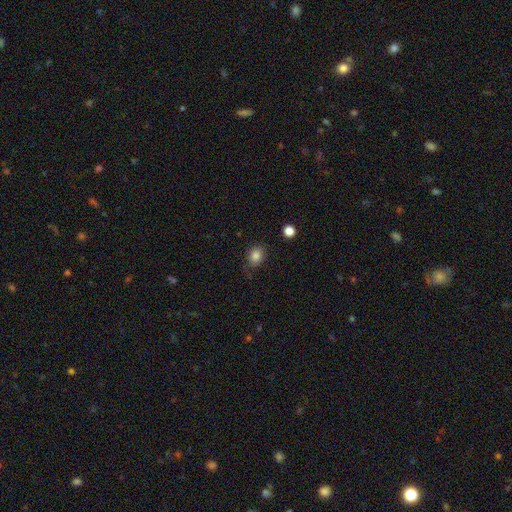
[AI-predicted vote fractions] The model was most divided on "how rounded": round: 57%, in between: 42%, cigar-shaped: 1%. More confident: smooth or featured — smooth (84%); merging — none (74%).